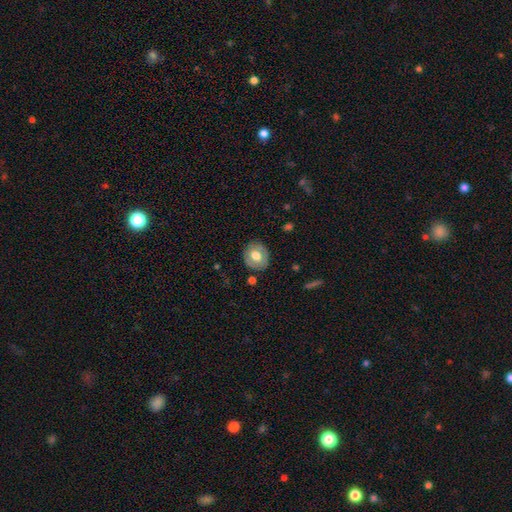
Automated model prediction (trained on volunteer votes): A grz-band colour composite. It shows a smooth galaxy with no disk features (63%) that is round (66%). Merging: none (83%).